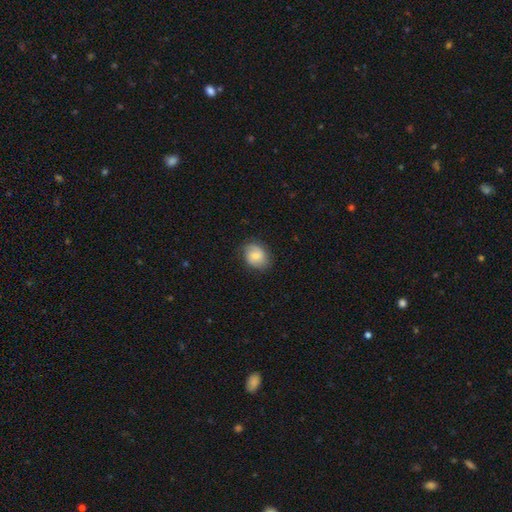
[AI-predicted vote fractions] Overall: smooth (59%; featured or disk 33%). How rounded: in between (50%; round 49%). Merging: none (75%).